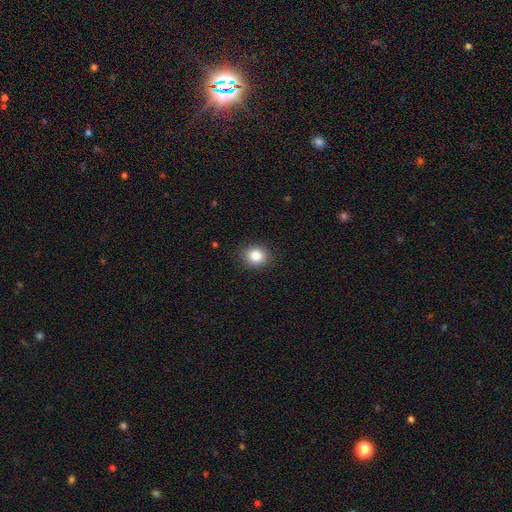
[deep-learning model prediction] Smooth or featured: smooth — 85% (star or artifact — 10%)
How rounded: round — 67% (in between — 32%)
Merging: none — 88% (minor disturbance — 9%)